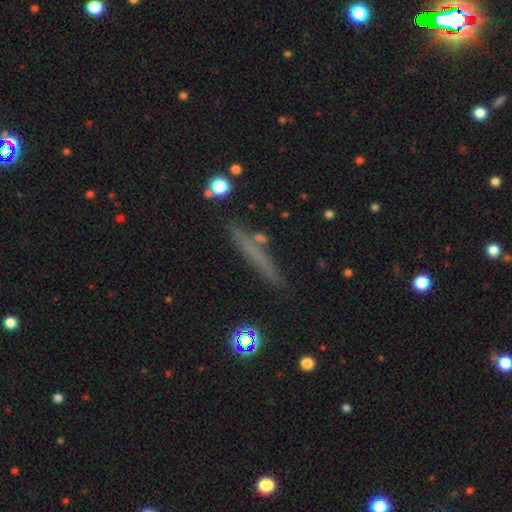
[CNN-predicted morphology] Smooth or featured?
  - smooth: 52% *
  - featured or disk: 37%
  - star or artifact: 11%
How rounded?
  - cigar-shaped: 93% *
  - in between: 4%
  - round: 3%
Merging?
  - none: 83% *
  - minor disturbance: 11%
  - merger: 3%
  - major disturbance: 3%